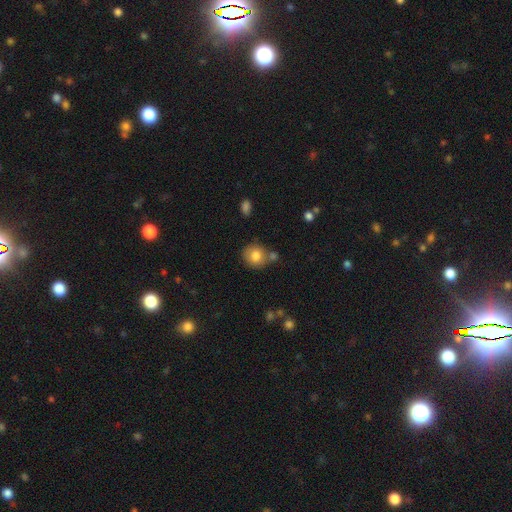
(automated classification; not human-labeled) Q: Smooth or featured?
A: smooth (80%); runner-up: featured or disk (12%)
Q: How rounded?
A: round (81%); runner-up: in between (18%)
Q: Merging?
A: none (65%); runner-up: merger (16%)